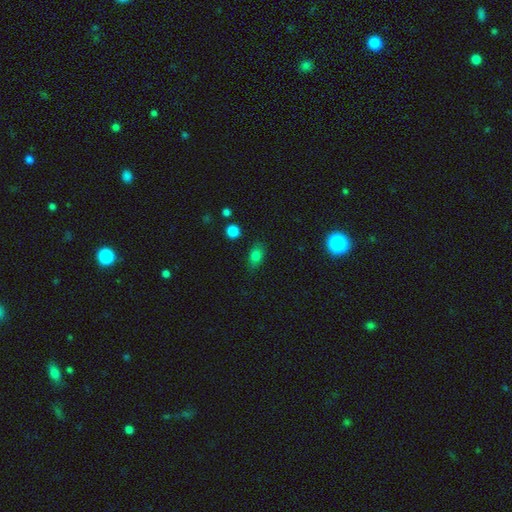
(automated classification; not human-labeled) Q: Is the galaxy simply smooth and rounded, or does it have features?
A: smooth — 79%.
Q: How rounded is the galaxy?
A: in between — 80%.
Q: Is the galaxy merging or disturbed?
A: none — 80%.